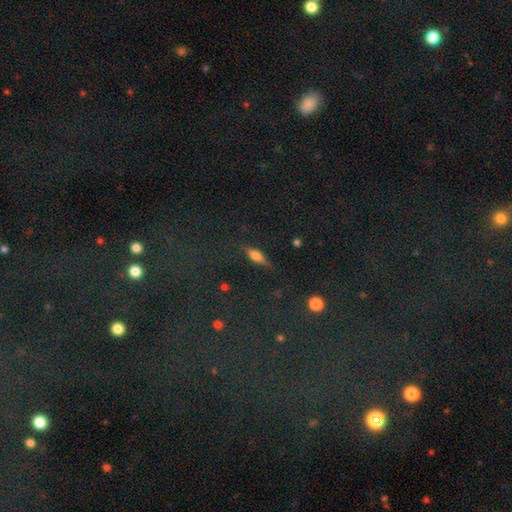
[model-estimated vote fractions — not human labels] Q: Smooth or featured?
A: smooth (57%); runner-up: featured or disk (33%)
Q: How rounded?
A: cigar-shaped (50%); runner-up: in between (46%)
Q: Merging?
A: none (78%); runner-up: minor disturbance (16%)